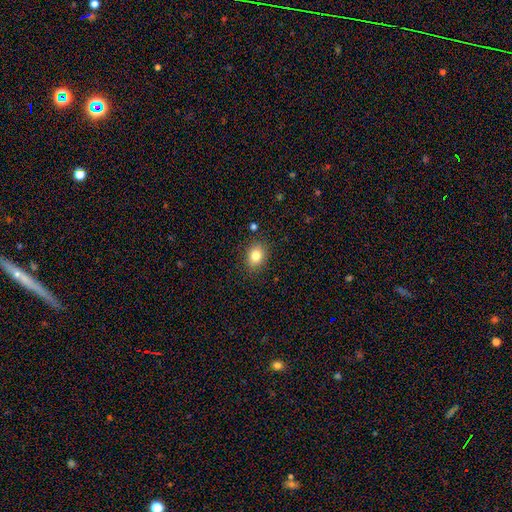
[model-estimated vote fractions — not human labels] This appears to be a smooth galaxy with no disk features (81%) that is in between round and cigar-shaped (54%). Merging: none (86%).